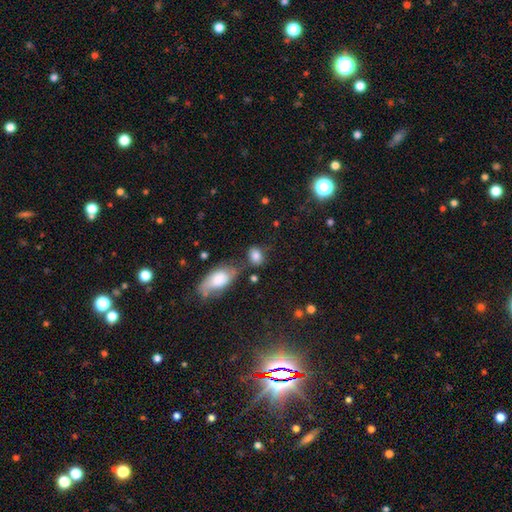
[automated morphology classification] Smooth or featured: smooth — 82% (star or artifact — 10%)
How rounded: in between — 68% (round — 29%)
Merging: none — 57% (minor disturbance — 22%)